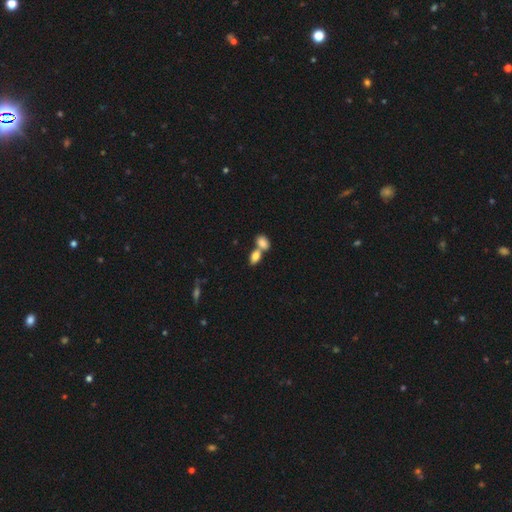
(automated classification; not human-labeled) Morphology: type=smooth (82%); roundness=in between (87%); merging=merger (60%).